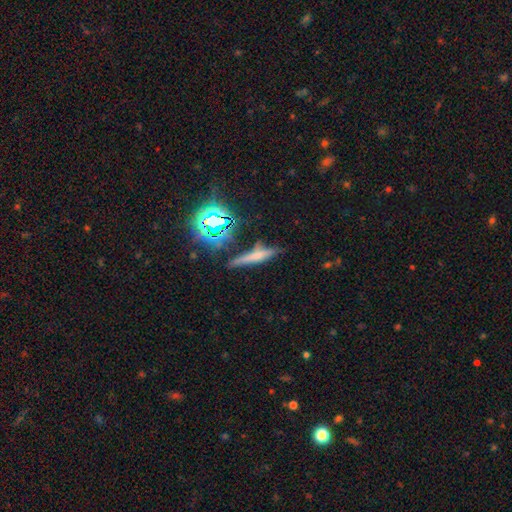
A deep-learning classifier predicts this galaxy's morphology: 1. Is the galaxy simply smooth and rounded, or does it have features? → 51% smooth, 27% featured or disk, 22% star or artifact.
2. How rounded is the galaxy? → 84% cigar-shaped, 11% in between, 5% round.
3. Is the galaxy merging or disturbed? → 69% none, 18% minor disturbance, 7% merger, 6% major disturbance.